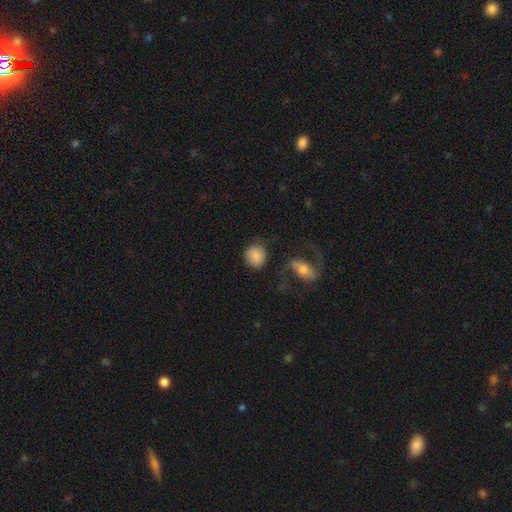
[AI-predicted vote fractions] smooth 83%, featured or disk 10%, star or artifact 7%. Down the decision tree: how rounded — round (78%); merging — none (74%).